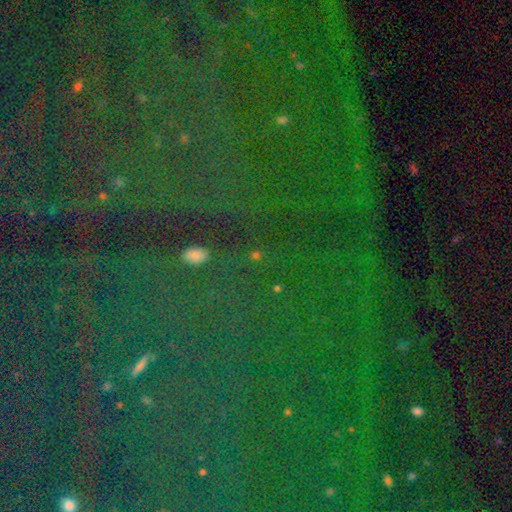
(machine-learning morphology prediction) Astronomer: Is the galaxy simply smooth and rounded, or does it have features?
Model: star or artifact — 57% (runner-up: smooth, 35%).